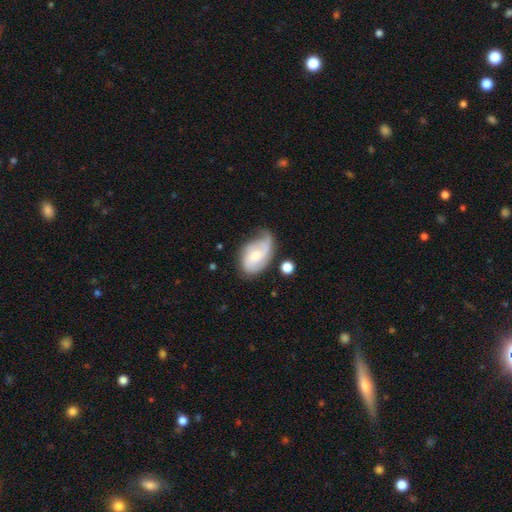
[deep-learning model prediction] Smooth or featured? Predicted: featured or disk (p=0.61). Edge-on disk? Predicted: no (p=0.96). Bar? Predicted: no (p=0.64). Spiral arms? Predicted: yes (p=0.86). Spiral winding? Predicted: medium (p=0.39). Spiral arm count? Predicted: 2 (p=0.39). Bulge size? Predicted: small (p=0.47). Merging? Predicted: none (p=0.39).